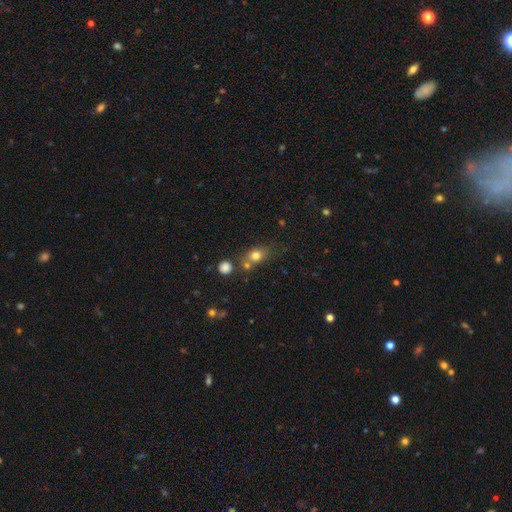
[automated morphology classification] Smooth or featured? smooth (77%)
How rounded? in between (51%)
Merging? none (56%)